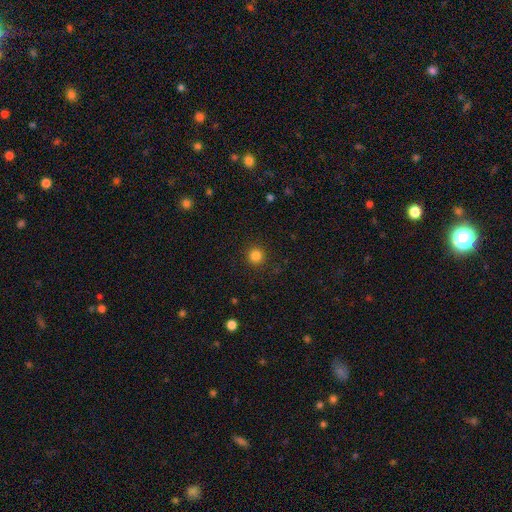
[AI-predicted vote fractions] smooth-or-featured: smooth: 83% | star or artifact: 13% | featured or disk: 4%
  how-rounded: round: 95% | in between: 4% | cigar-shaped: 1%
  merging: none: 91% | minor disturbance: 5% | major disturbance: 2% | merger: 1%